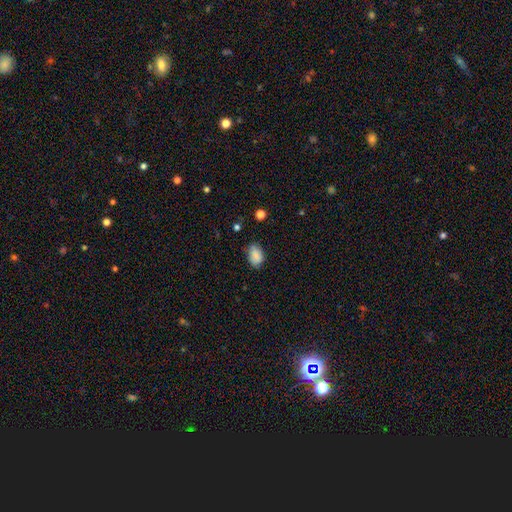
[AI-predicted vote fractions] A smooth galaxy with no disk features (85%) that is in between round and cigar-shaped (84%).

Vote fractions:
- Smooth or featured? smooth: 85% / star or artifact: 8% / featured or disk: 6%
- How rounded? in between: 84% / round: 15% / cigar-shaped: 1%
- Merging? none: 69% / minor disturbance: 25% / major disturbance: 5% / merger: 2%